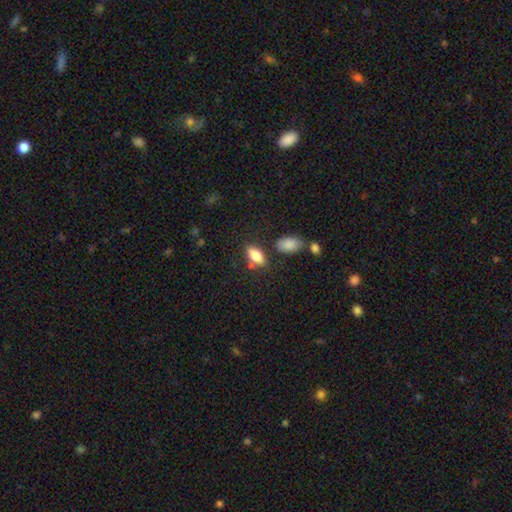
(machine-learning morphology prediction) type=smooth (83%); roundness=in between (88%); merging=none (71%).